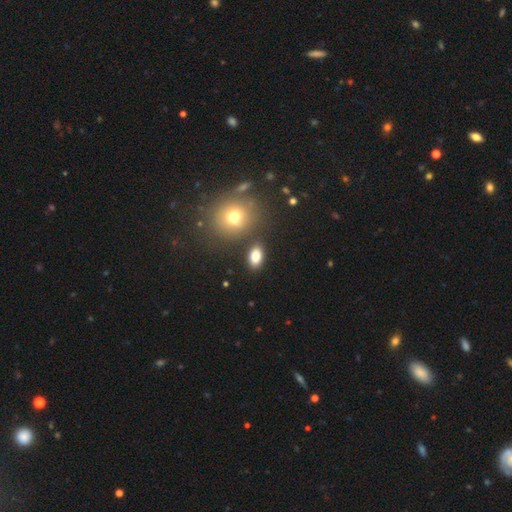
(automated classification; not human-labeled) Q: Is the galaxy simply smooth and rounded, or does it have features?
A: smooth — 83%.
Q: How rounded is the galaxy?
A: in between — 86%.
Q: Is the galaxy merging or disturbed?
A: none — 81%.